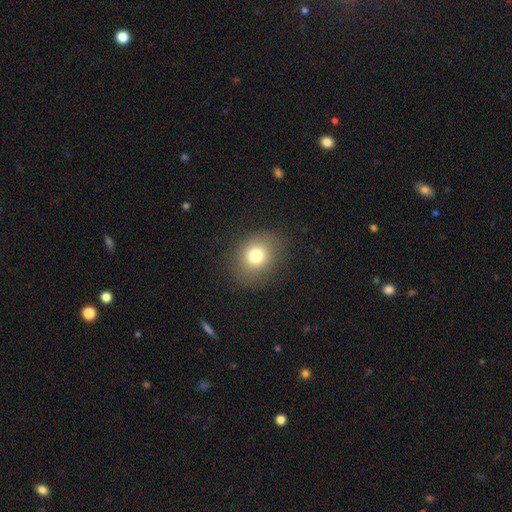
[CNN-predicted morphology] Smooth or featured: smooth — 76% (star or artifact — 12%)
How rounded: round — 59% (in between — 41%)
Merging: none — 83% (minor disturbance — 11%)